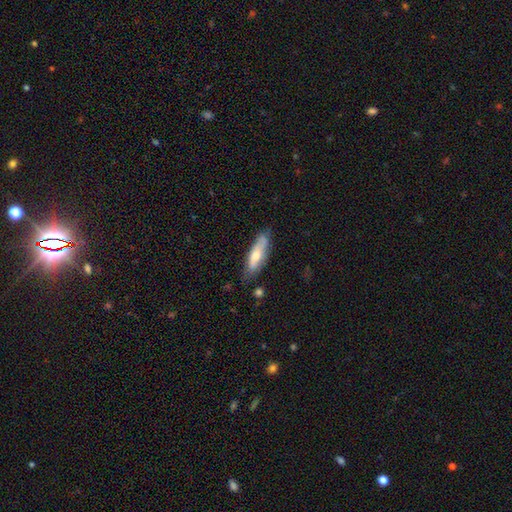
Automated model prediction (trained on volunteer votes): This appears to be a smooth galaxy with no disk features (55%) that is cigar-shaped (60%). Merging: none (69%).